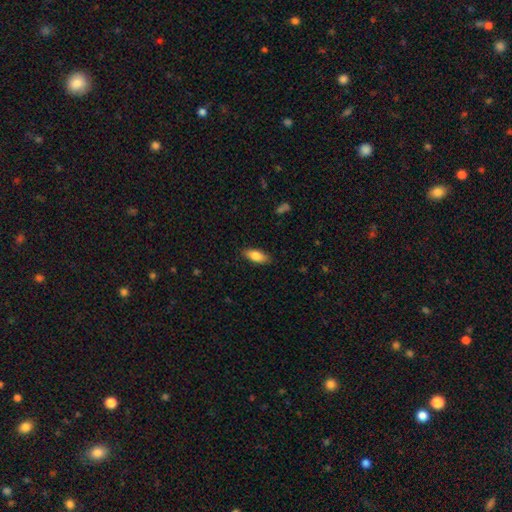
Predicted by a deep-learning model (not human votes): Smooth or featured: smooth — 82% (featured or disk — 12%)
How rounded: in between — 80% (cigar-shaped — 17%)
Merging: none — 87% (minor disturbance — 10%)